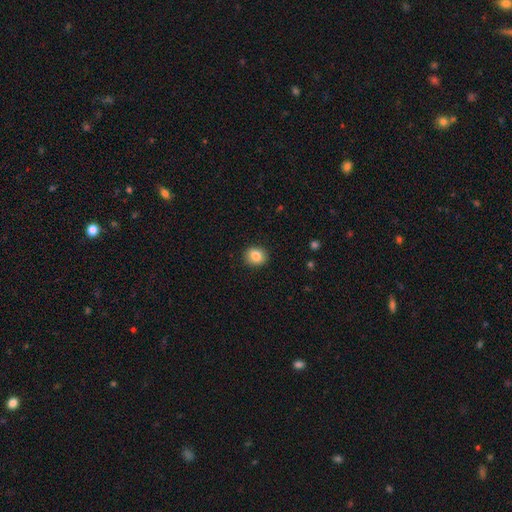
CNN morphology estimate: Smooth or featured? smooth (84%)
How rounded? round (72%)
Merging? none (90%)